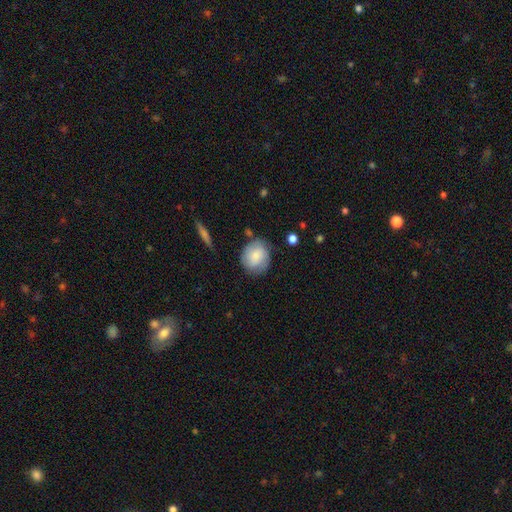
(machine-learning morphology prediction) A smooth galaxy with no disk features (75%) that is round (71%).

Vote fractions:
- Smooth or featured? smooth: 75% / featured or disk: 18% / star or artifact: 7%
- How rounded? round: 71% / in between: 28% / cigar-shaped: 1%
- Merging? none: 72% / minor disturbance: 20% / major disturbance: 5% / merger: 3%